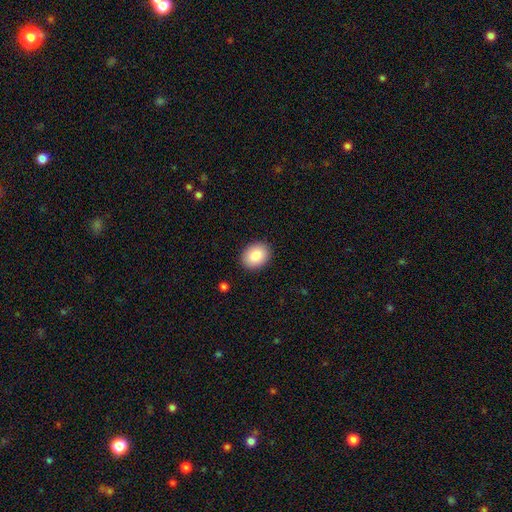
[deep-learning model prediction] smooth_or_featured: smooth (p=0.85) [alt: star or artifact p=0.07]
how_rounded: in between (p=0.53) [alt: round p=0.46]
merging: none (p=0.90) [alt: minor disturbance p=0.07]